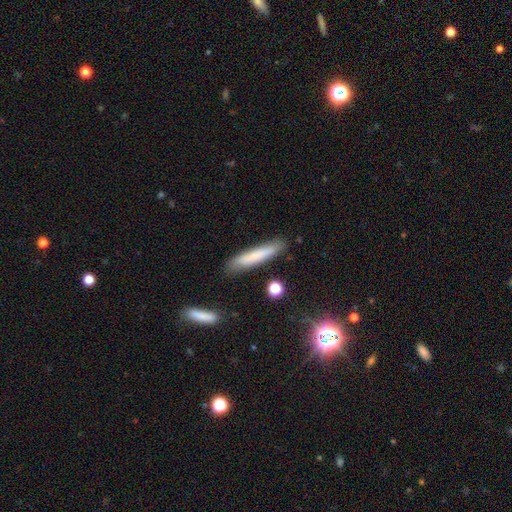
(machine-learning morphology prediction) A smooth galaxy with no disk features (75%) that is cigar-shaped (91%).

Vote fractions:
- Smooth or featured? smooth: 75% / featured or disk: 18% / star or artifact: 7%
- How rounded? cigar-shaped: 91% / in between: 8% / round: 1%
- Merging? none: 84% / minor disturbance: 11% / merger: 2% / major disturbance: 2%